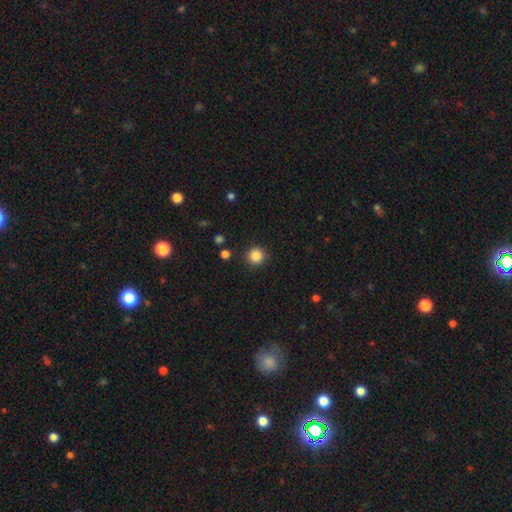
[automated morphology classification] A smooth galaxy with no disk features (86%) that is round (94%).

Vote fractions:
- Smooth or featured? smooth: 86% / star or artifact: 11% / featured or disk: 4%
- How rounded? round: 94% / in between: 5% / cigar-shaped: 1%
- Merging? none: 91% / minor disturbance: 6% / major disturbance: 2% / merger: 2%